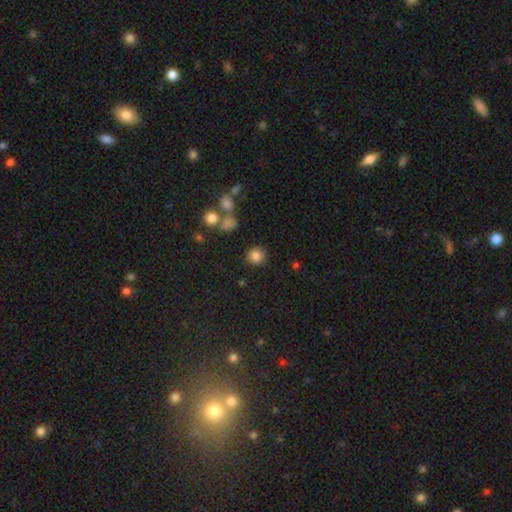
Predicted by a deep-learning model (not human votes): Smooth or featured? smooth (82%)
How rounded? round (90%)
Merging? none (84%)